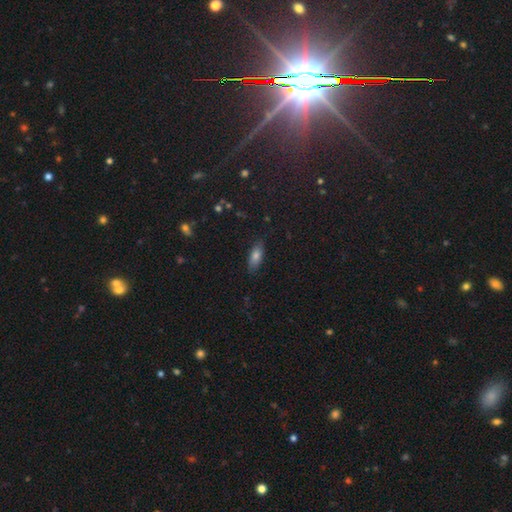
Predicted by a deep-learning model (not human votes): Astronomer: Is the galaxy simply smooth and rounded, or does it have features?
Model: smooth — 75%.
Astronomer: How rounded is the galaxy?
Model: in between — 80%.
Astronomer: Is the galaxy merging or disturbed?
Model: none — 81%.